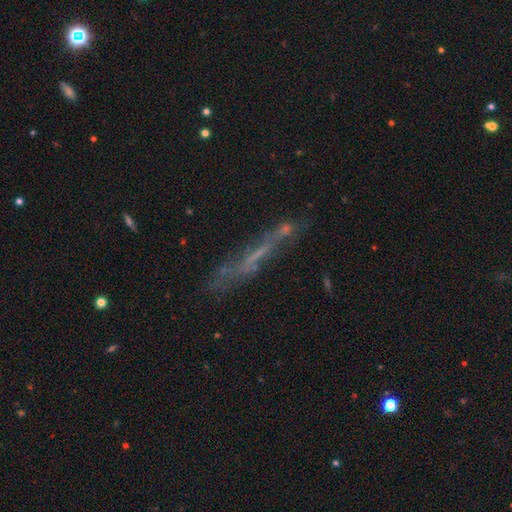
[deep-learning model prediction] smooth-or-featured: featured or disk: 51% | smooth: 31% | star or artifact: 18%
  disk-edge-on: yes: 60% | no: 40%
  merging: none: 56% | minor disturbance: 20% | major disturbance: 16% | merger: 8%